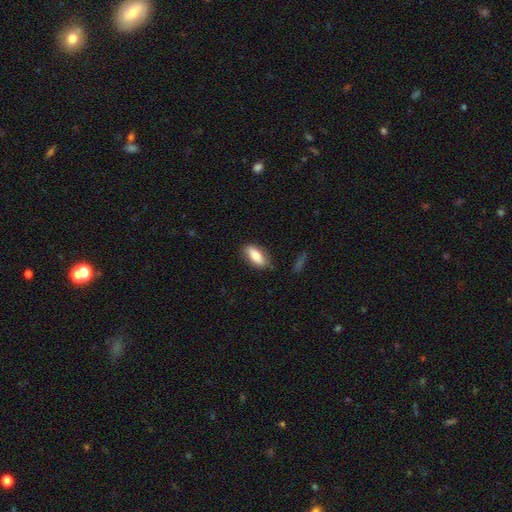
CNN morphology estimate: A smooth galaxy with no disk features (76%) that is in between round and cigar-shaped (78%). Merging: none (79%).